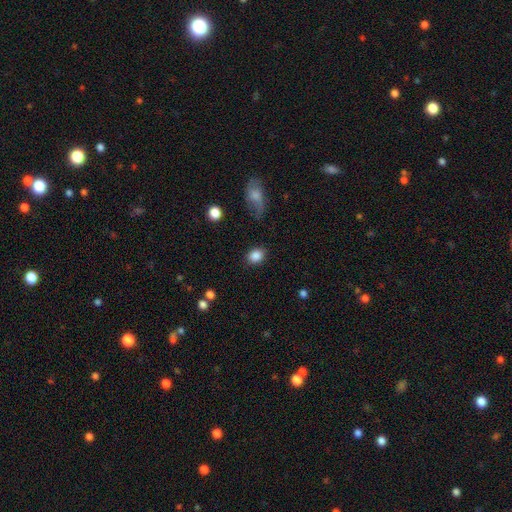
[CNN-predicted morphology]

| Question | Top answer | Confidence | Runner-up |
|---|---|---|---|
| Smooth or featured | smooth | 86% | star or artifact (8%) |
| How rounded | in between | 52% | round (47%) |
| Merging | none | 85% | minor disturbance (10%) |